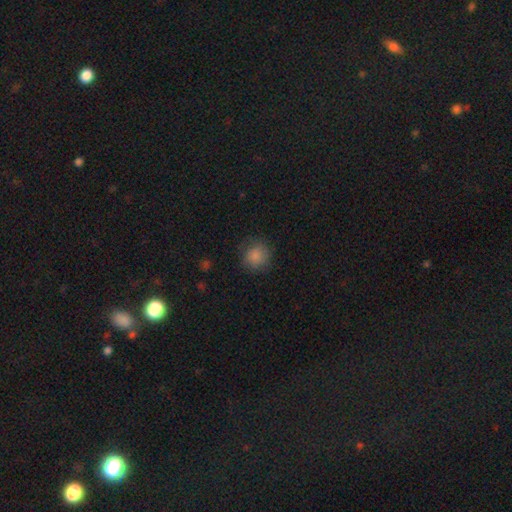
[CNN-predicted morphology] Smooth or featured? smooth (86%)
How rounded? round (89%)
Merging? none (81%)